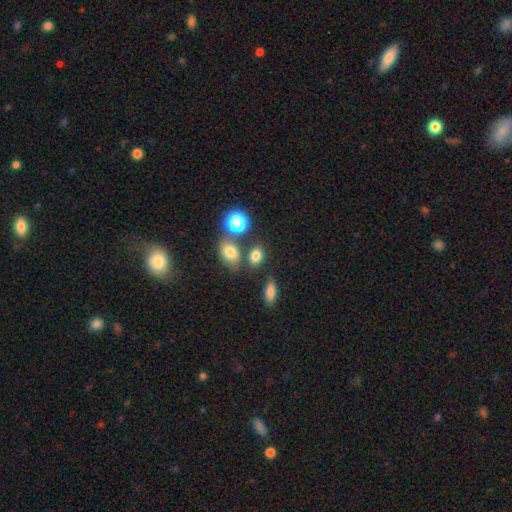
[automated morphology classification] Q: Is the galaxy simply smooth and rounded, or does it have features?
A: smooth — 77%.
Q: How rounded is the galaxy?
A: in between — 69%.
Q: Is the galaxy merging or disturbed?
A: none — 64%.